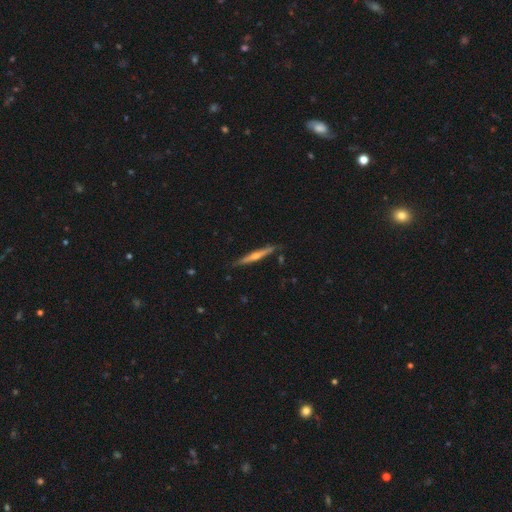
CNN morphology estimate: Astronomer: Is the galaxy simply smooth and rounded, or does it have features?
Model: featured or disk — 68%.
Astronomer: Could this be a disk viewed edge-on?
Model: yes — 97%.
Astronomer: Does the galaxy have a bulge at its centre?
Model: rounded — 80%.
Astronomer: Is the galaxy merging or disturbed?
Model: none — 86%.